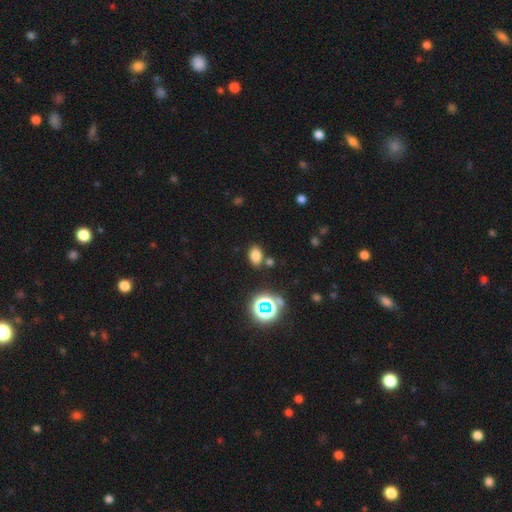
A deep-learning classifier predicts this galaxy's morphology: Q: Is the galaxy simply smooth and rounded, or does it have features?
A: smooth — 75%.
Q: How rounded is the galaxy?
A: in between — 77%.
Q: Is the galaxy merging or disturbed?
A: none — 79%.